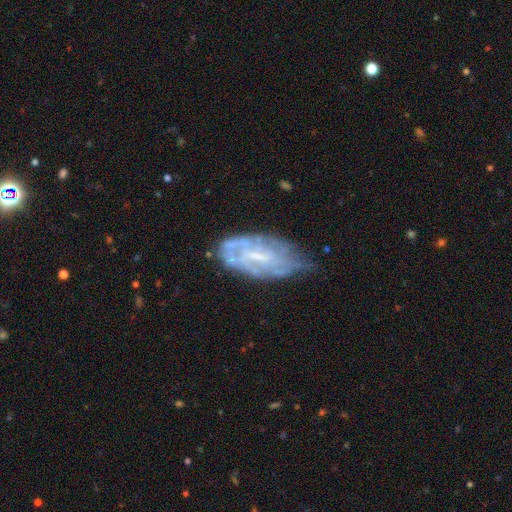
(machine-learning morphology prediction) This is likely a featured or disk galaxy (71%). It is clearly not viewed edge-on (93%). Bar: possibly weak (45%). Spiral arm pattern: likely yes (65%). Central bulge: possibly small (48%). Merging: possibly none (48%).